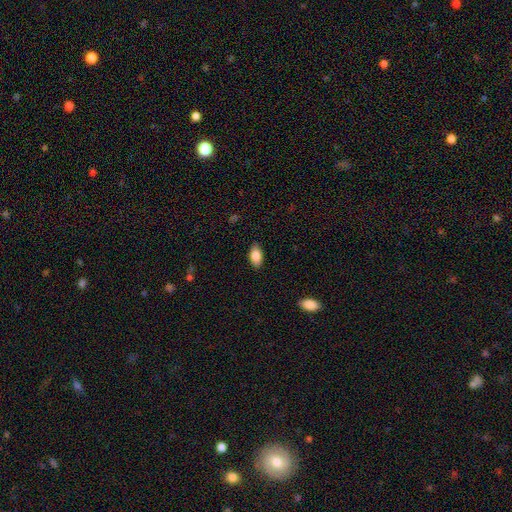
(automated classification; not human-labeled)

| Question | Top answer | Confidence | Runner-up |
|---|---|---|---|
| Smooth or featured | smooth | 86% | star or artifact (7%) |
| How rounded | in between | 93% | cigar-shaped (4%) |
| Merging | none | 86% | minor disturbance (10%) |